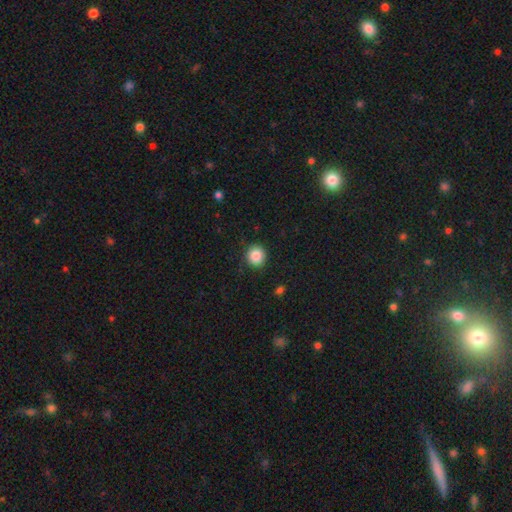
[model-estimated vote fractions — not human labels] This appears to be a smooth galaxy with no disk features (86%) that is round (91%). Merging: none (90%).